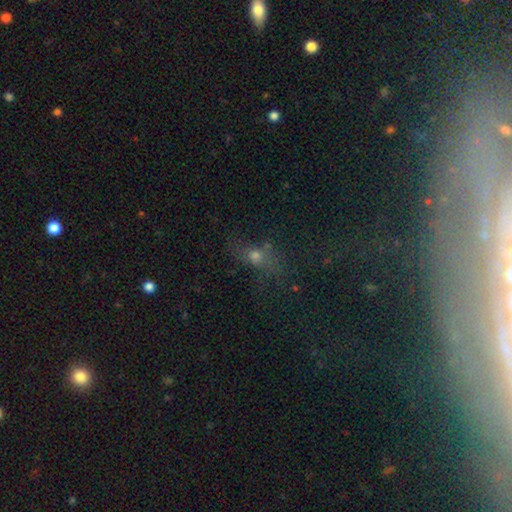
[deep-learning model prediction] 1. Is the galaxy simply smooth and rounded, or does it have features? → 44% star or artifact, 33% smooth, 22% featured or disk.